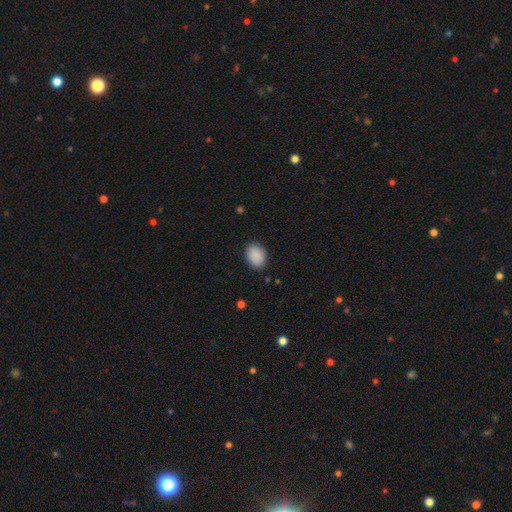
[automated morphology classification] Smooth or featured? smooth (90%)
How rounded? in between (74%)
Merging? none (87%)